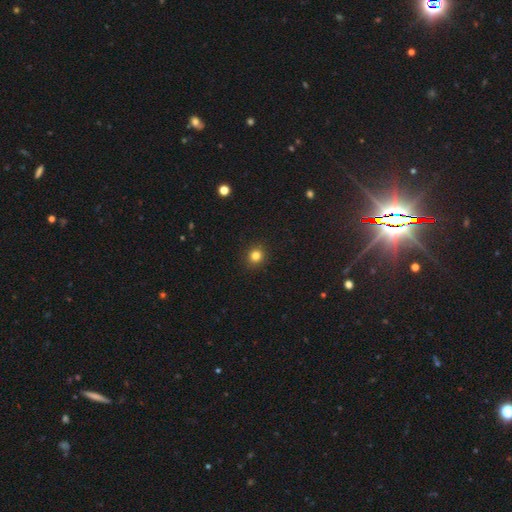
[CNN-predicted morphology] Smooth or featured: smooth — 82% (star or artifact — 13%)
How rounded: round — 88% (in between — 11%)
Merging: none — 92% (minor disturbance — 6%)